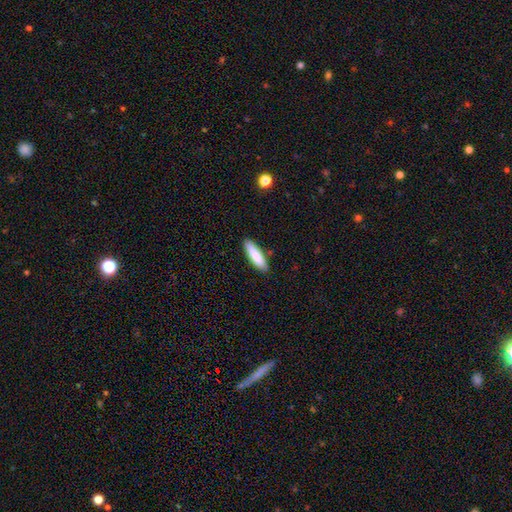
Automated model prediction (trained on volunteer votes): smooth 85%, featured or disk 9%, star or artifact 6%. Down the decision tree: how rounded — cigar-shaped (68%); merging — none (87%).